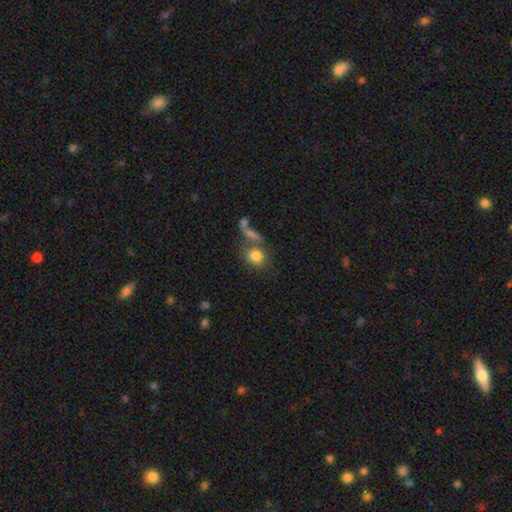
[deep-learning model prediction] This appears to be a smooth galaxy with no disk features (80%) that is round (67%). Merging: none (51%).